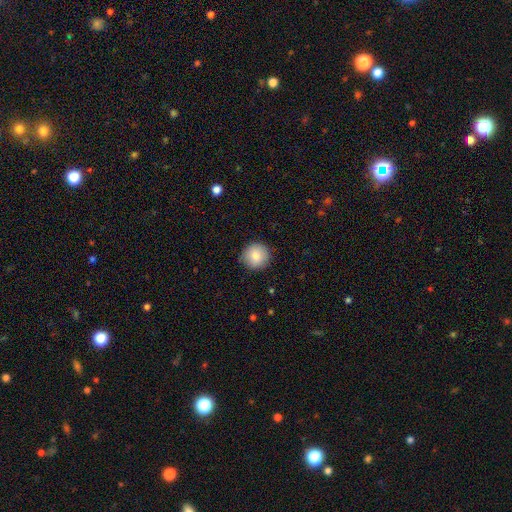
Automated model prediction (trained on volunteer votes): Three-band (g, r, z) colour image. It shows a smooth galaxy with no disk features (85%) that is round (94%). Merging: none (87%).